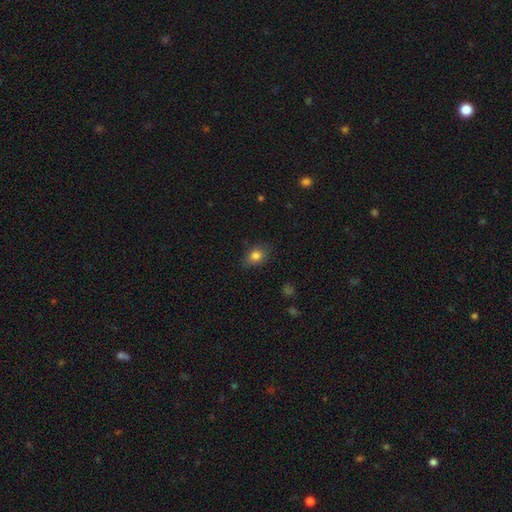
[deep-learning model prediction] This is clearly a smooth galaxy (81%). How rounded: possibly in between (56%). Merging: likely none (79%).